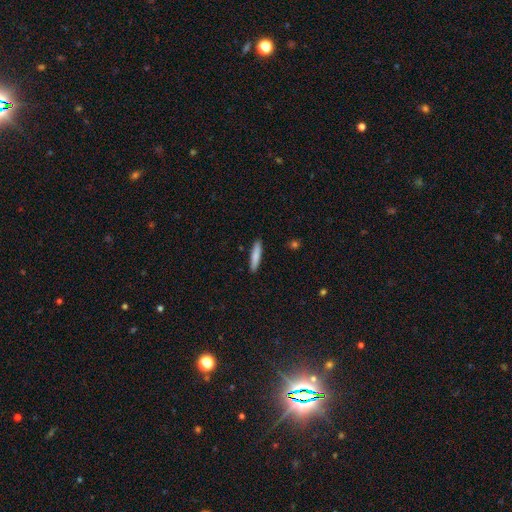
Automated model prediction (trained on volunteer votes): Morphology: type=smooth (84%); roundness=cigar-shaped (88%); merging=none (90%).